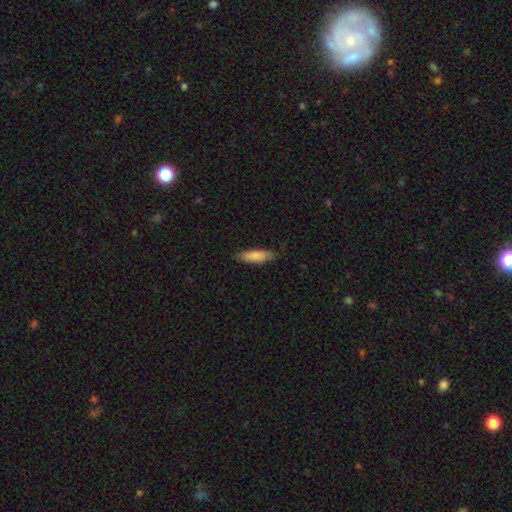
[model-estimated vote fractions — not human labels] Smooth or featured: smooth — 83% (featured or disk — 12%)
How rounded: cigar-shaped — 62% (in between — 37%)
Merging: none — 82% (minor disturbance — 14%)